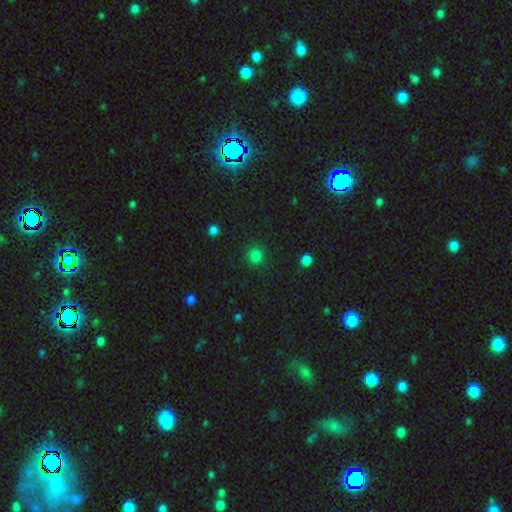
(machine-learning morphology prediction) smooth 79%, star or artifact 17%, featured or disk 5%. Down the decision tree: how rounded — round (90%); merging — none (86%).